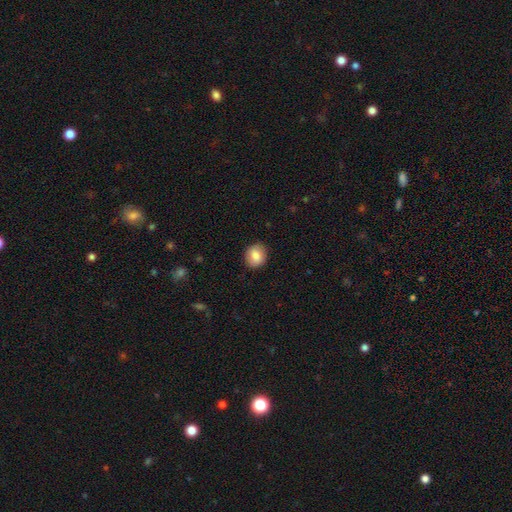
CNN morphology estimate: Smooth or featured? Predicted: smooth (p=0.84). How rounded? Predicted: round (p=0.71). Merging? Predicted: none (p=0.88).